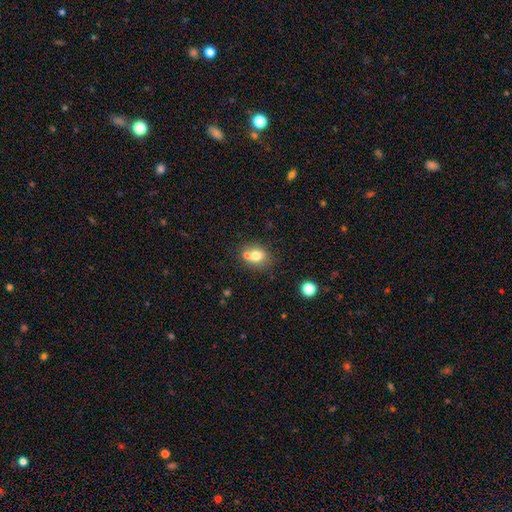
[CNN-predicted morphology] This is likely a smooth galaxy (74%). How rounded: possibly round (60%). Merging: possibly none (53%).